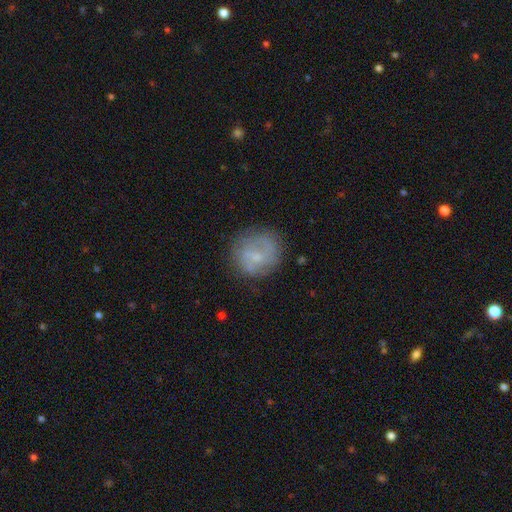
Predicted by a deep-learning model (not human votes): This appears to be a featured or disk galaxy (50%). Merging: none (73%).